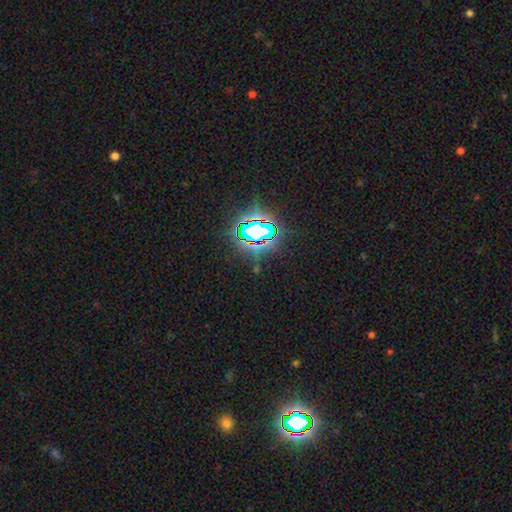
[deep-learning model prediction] Smooth or featured? Predicted: star or artifact (p=0.79).